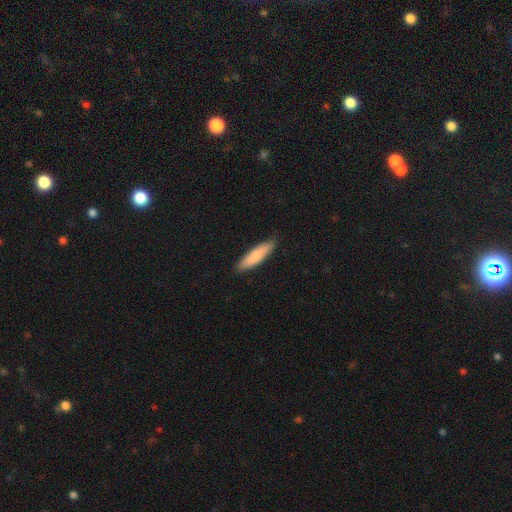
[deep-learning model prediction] A smooth galaxy with no disk features (78%) that is cigar-shaped (67%). Merging: none (86%).